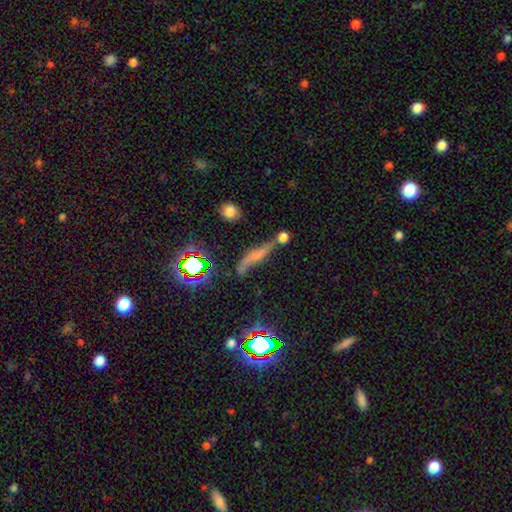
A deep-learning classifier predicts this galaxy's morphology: smooth 40%, featured or disk 39%, star or artifact 21%. Down the decision tree: merging — none (43%).